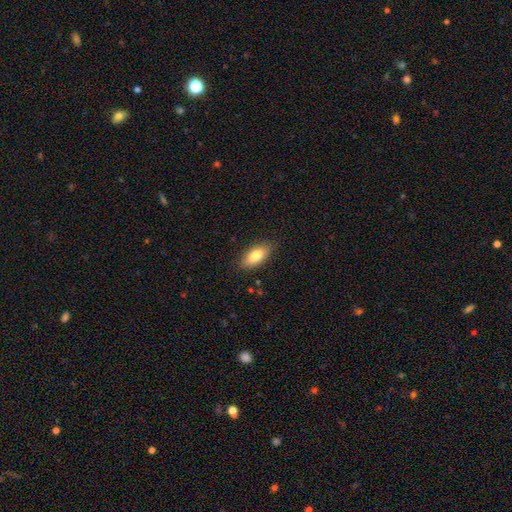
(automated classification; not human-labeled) Smooth or featured?
  - smooth: 82% *
  - featured or disk: 12%
  - star or artifact: 6%
How rounded?
  - in between: 86% *
  - cigar-shaped: 12%
  - round: 2%
Merging?
  - none: 83% *
  - minor disturbance: 13%
  - major disturbance: 3%
  - merger: 1%